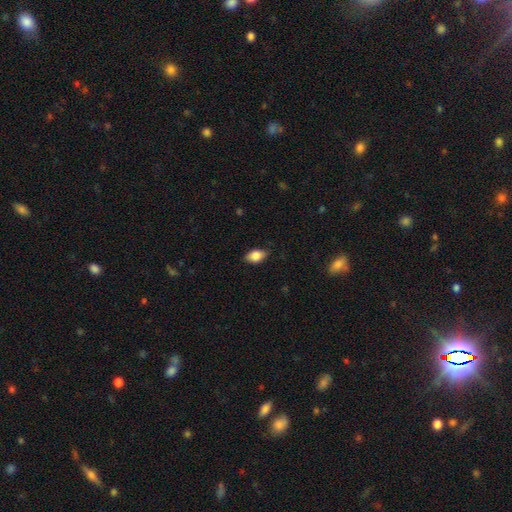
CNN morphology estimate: Overall: smooth (82%). How rounded: in between (87%). Merging: none (79%).